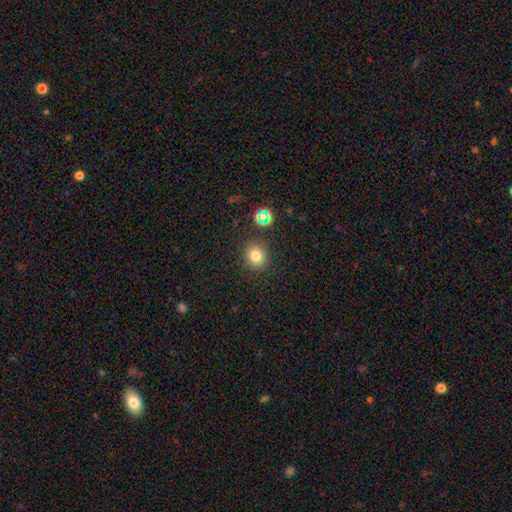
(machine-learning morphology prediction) type=smooth (76%); roundness=round (86%); merging=none (86%).